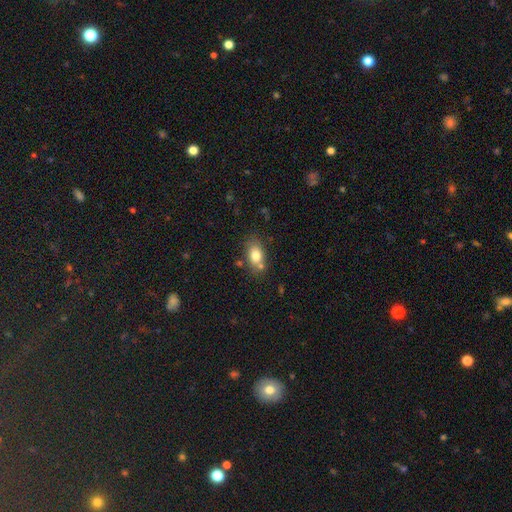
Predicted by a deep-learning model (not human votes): Overall: smooth (79%). How rounded: in between (81%). Merging: none (67%).